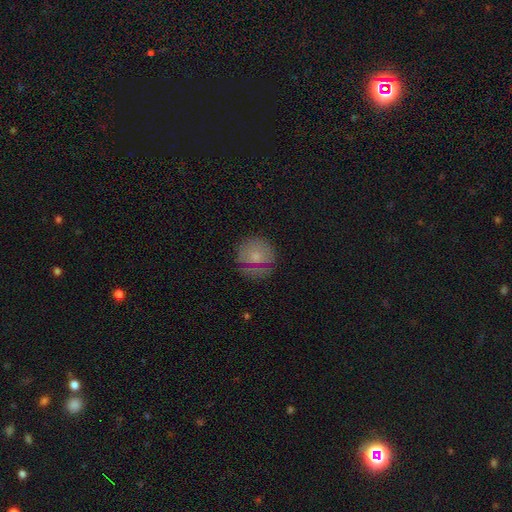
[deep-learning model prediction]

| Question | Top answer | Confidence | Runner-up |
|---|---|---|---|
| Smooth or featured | smooth | 65% | featured or disk (22%) |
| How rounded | round | 88% | in between (11%) |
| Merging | none | 73% | minor disturbance (17%) |